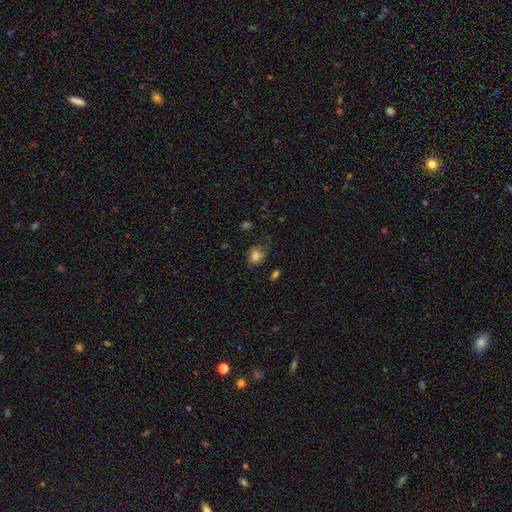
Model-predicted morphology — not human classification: smooth_or_featured: smooth (p=0.79) [alt: featured or disk p=0.11]
how_rounded: in between (p=0.50) [alt: round p=0.49]
merging: none (p=0.61) [alt: minor disturbance p=0.27]